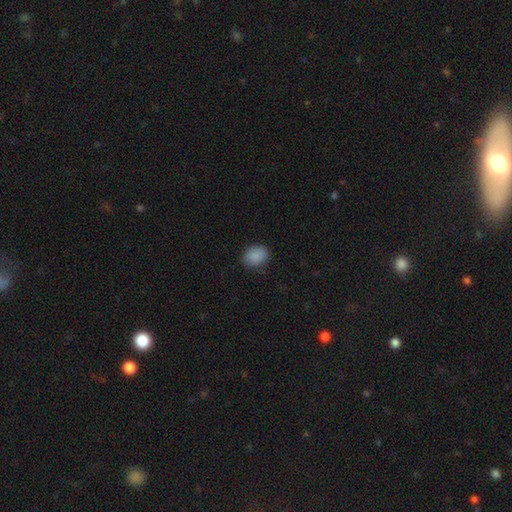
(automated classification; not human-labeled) smooth 88%, star or artifact 9%, featured or disk 3%. Down the decision tree: how rounded — in between (54%); merging — none (85%).